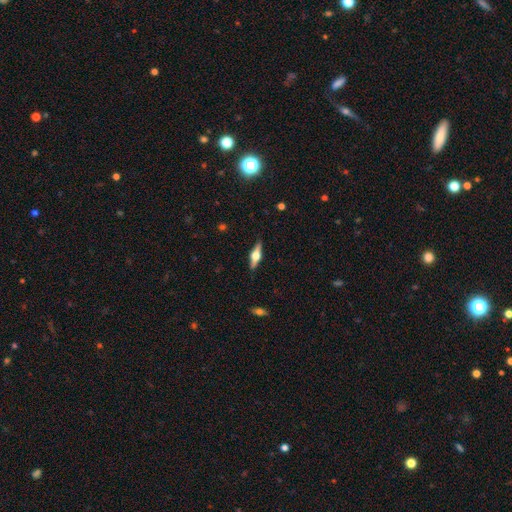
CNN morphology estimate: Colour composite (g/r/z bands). It shows a featured or disk galaxy (69%) viewed edge-on (96%) with a rounded central bulge (94%). Merging: none (89%).